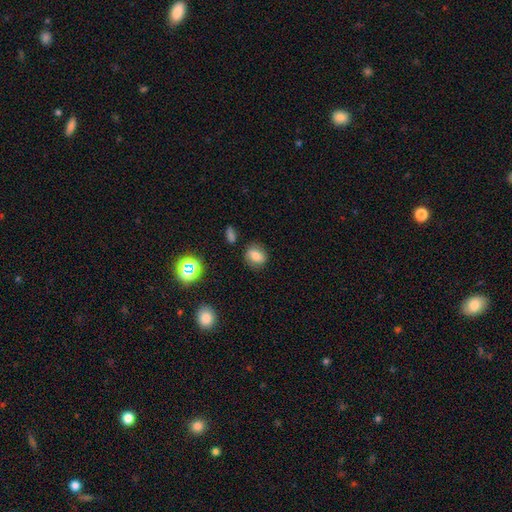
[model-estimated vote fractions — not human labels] Smooth or featured?
  - smooth: 71% *
  - featured or disk: 15%
  - star or artifact: 14%
How rounded?
  - round: 52% *
  - in between: 47%
  - cigar-shaped: 2%
Merging?
  - none: 78% *
  - minor disturbance: 15%
  - major disturbance: 4%
  - merger: 3%